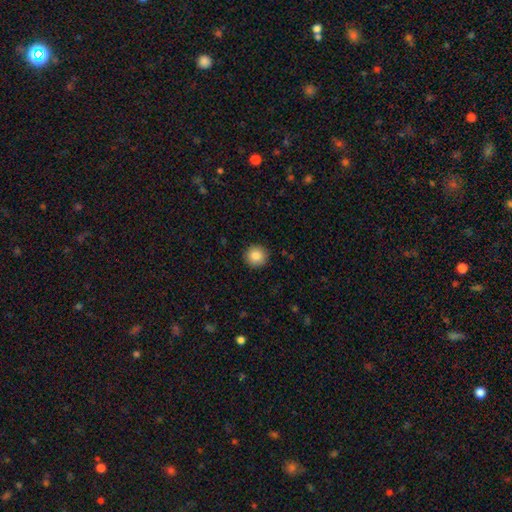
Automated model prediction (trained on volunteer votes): This appears to be a smooth galaxy with no disk features (86%) that is round (95%). Merging: none (92%).